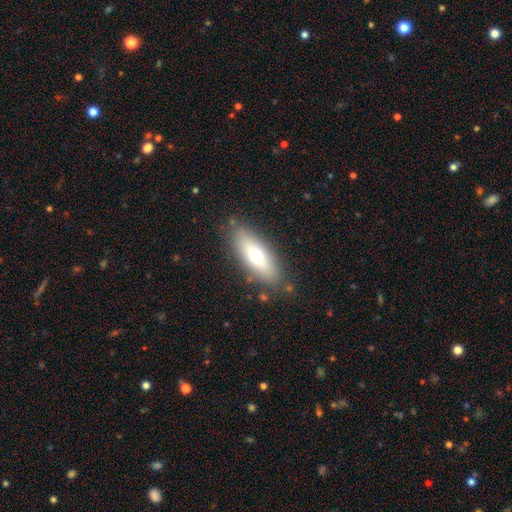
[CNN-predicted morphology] smooth_or_featured: smooth (p=0.69) [alt: featured or disk p=0.24]
how_rounded: in between (p=0.61) [alt: cigar-shaped p=0.37]
merging: none (p=0.83) [alt: minor disturbance p=0.12]